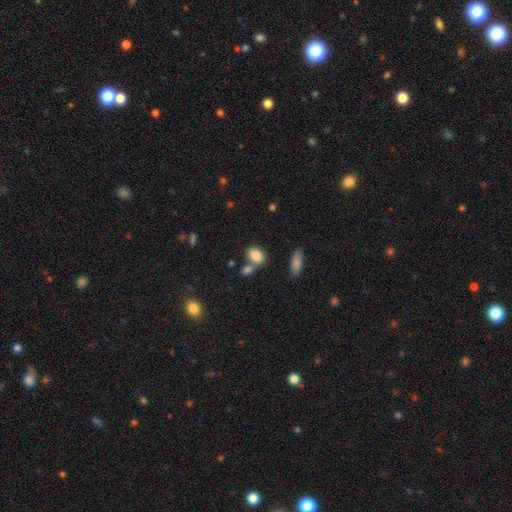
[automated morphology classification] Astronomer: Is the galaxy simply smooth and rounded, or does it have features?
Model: smooth — 85%.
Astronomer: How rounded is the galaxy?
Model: in between — 81%.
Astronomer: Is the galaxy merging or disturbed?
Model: none — 50% (runner-up: merger, 32%).